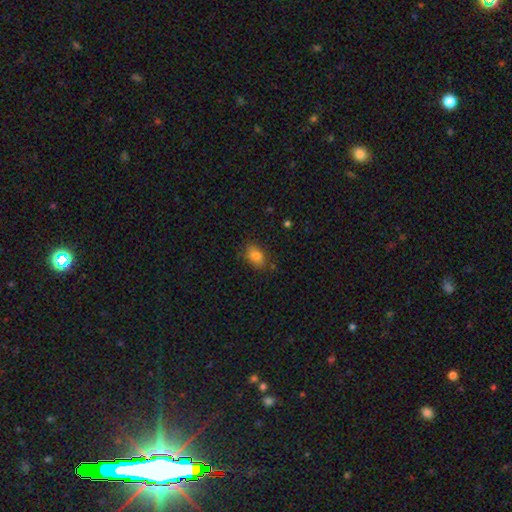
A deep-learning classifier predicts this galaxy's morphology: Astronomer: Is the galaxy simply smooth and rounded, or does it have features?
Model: smooth — 82%.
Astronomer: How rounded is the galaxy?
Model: in between — 85%.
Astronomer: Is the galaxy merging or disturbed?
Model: none — 77%.